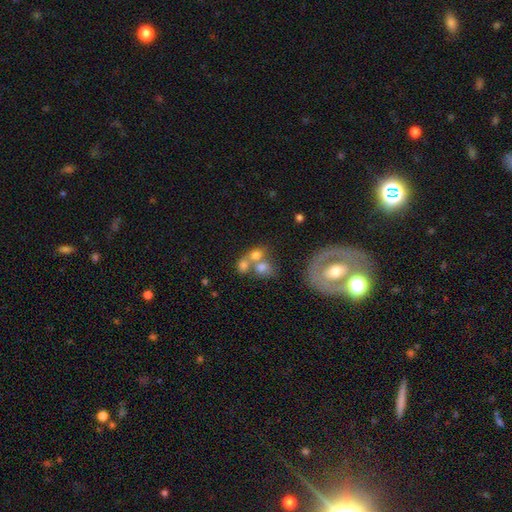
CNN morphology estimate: type=smooth (62%); roundness=round (59%); merging=merger (57%).